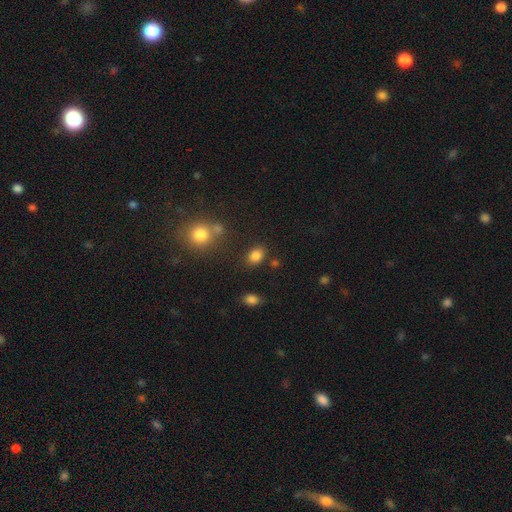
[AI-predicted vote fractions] A smooth galaxy with no disk features (84%) that is in between round and cigar-shaped (64%). Merging: none (79%).